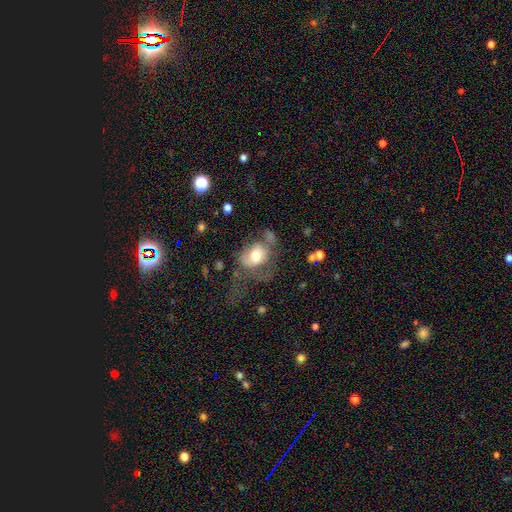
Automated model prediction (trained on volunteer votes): Overall: smooth (60%; featured or disk 31%). How rounded: in between (58%; round 41%). Merging: major disturbance (44%; none 25%).